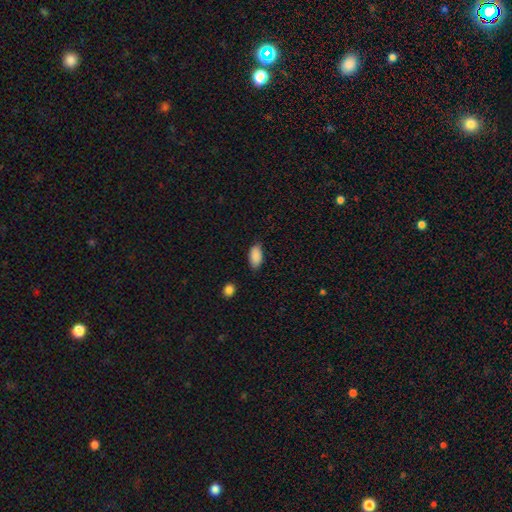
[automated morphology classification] Smooth or featured?
  - smooth: 89% *
  - star or artifact: 7%
  - featured or disk: 4%
How rounded?
  - in between: 92% *
  - cigar-shaped: 5%
  - round: 3%
Merging?
  - none: 80% *
  - minor disturbance: 15%
  - major disturbance: 3%
  - merger: 2%